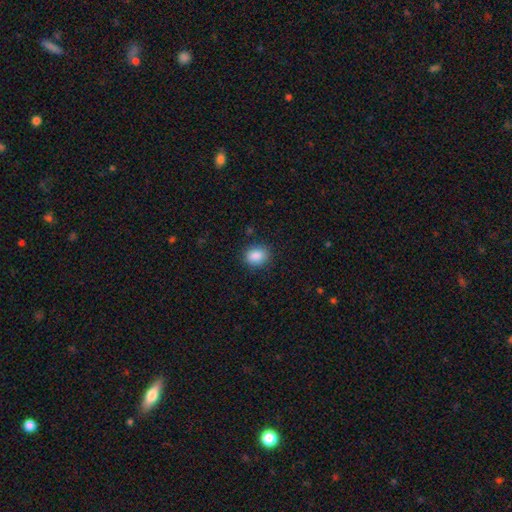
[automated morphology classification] Smooth or featured: smooth — 88% (star or artifact — 8%)
How rounded: in between — 52% (round — 47%)
Merging: none — 85% (minor disturbance — 11%)